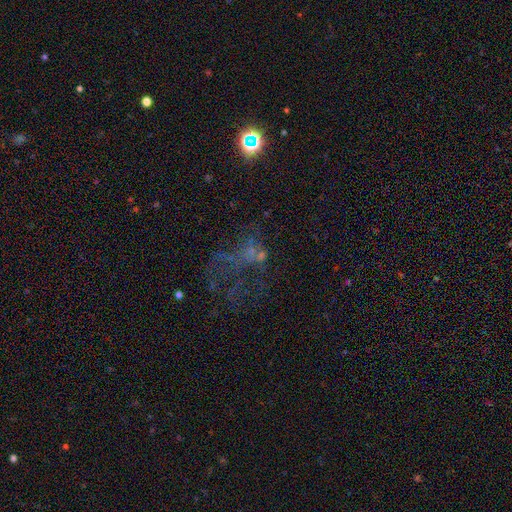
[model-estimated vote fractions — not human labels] A featured or disk galaxy (40%).

Vote fractions:
- Smooth or featured? featured or disk: 40% / star or artifact: 34% / smooth: 26%
- Merging? major disturbance: 37% / none: 34% / merger: 17% / minor disturbance: 12%